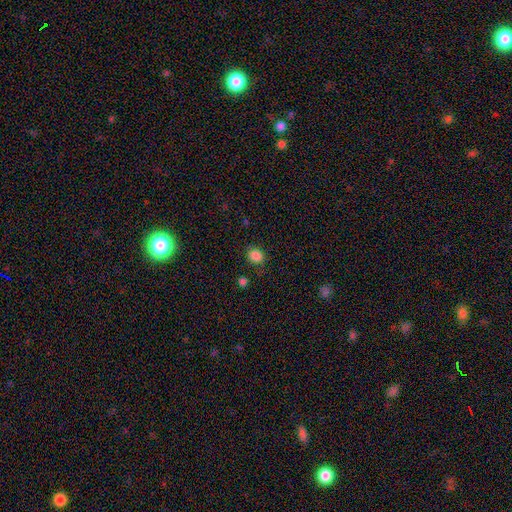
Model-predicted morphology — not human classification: Smooth or featured: smooth — 85% (star or artifact — 11%)
How rounded: round — 67% (in between — 32%)
Merging: none — 81% (minor disturbance — 12%)